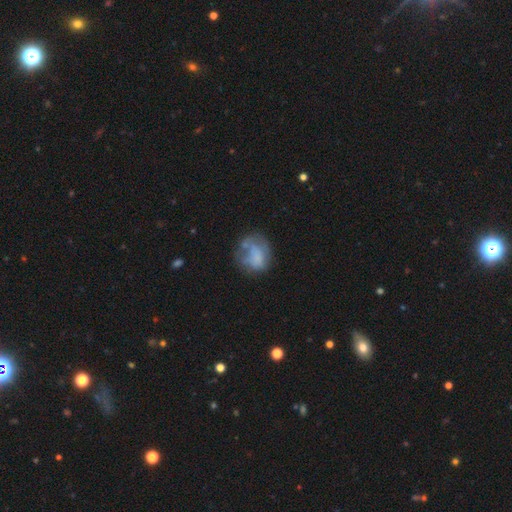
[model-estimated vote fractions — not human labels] Smooth or featured: smooth — 55% (featured or disk — 35%)
How rounded: round — 57% (in between — 42%)
Merging: none — 41% (major disturbance — 26%)